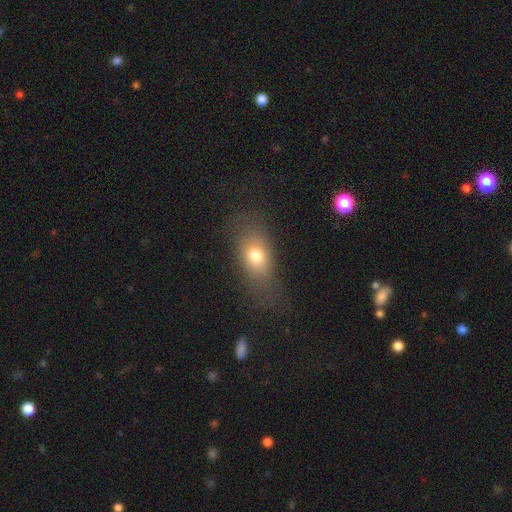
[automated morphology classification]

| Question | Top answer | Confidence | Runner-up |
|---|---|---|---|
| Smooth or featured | smooth | 72% | featured or disk (16%) |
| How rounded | in between | 77% | round (18%) |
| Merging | none | 63% | minor disturbance (21%) |